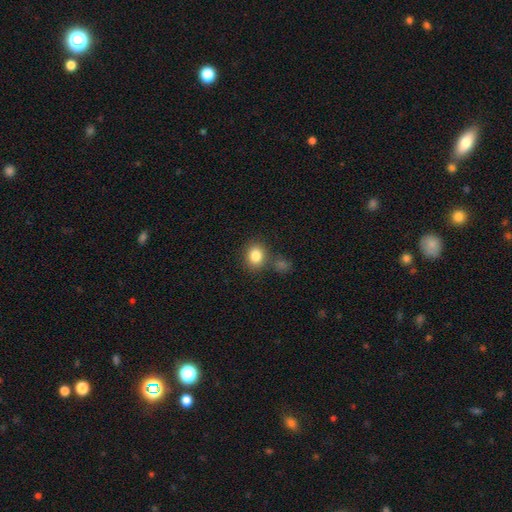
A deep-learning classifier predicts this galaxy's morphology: Smooth or featured? smooth (84%)
How rounded? round (63%)
Merging? none (76%)